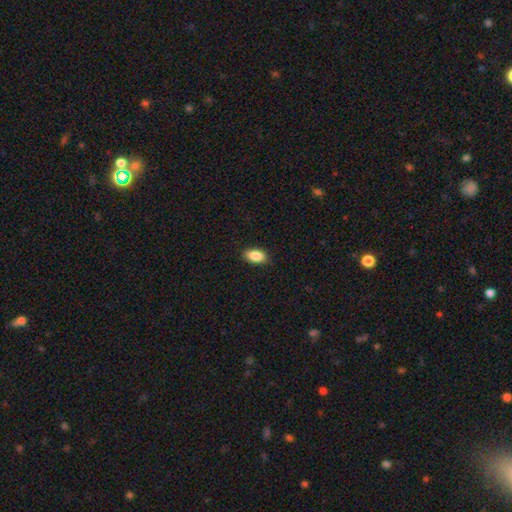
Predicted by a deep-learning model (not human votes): Smooth or featured? Predicted: smooth (p=0.87). How rounded? Predicted: in between (p=0.92). Merging? Predicted: none (p=0.87).